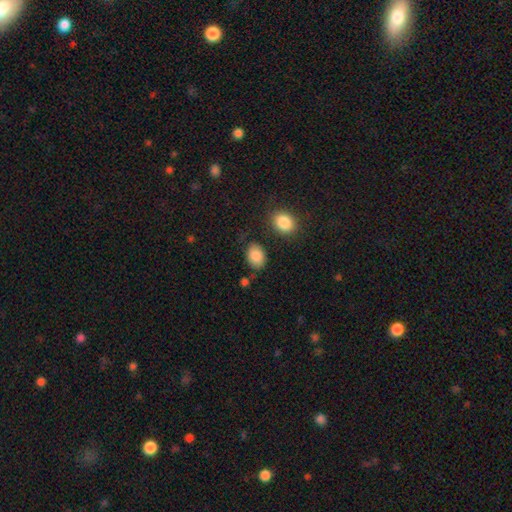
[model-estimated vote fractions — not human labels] smooth 87%, star or artifact 8%, featured or disk 5%. Down the decision tree: how rounded — in between (75%); merging — none (75%).